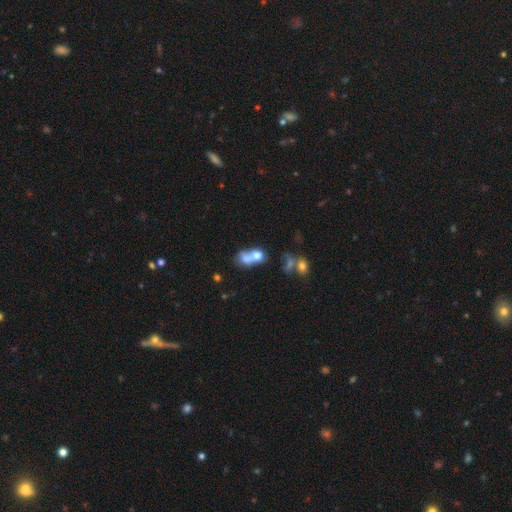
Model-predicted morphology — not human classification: smooth 62%, featured or disk 25%, star or artifact 13%. Down the decision tree: how rounded — in between (58%); merging — merger (67%).